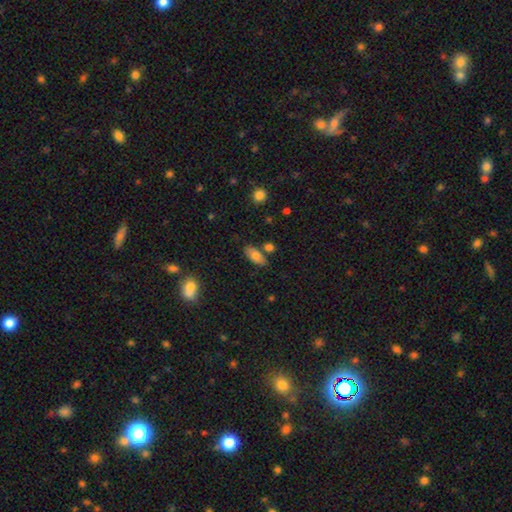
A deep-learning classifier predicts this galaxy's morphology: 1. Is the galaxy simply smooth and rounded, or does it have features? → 79% smooth, 13% featured or disk, 8% star or artifact.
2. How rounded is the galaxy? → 86% in between, 11% cigar-shaped, 3% round.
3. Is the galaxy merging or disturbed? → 73% none, 14% minor disturbance, 10% merger, 3% major disturbance.